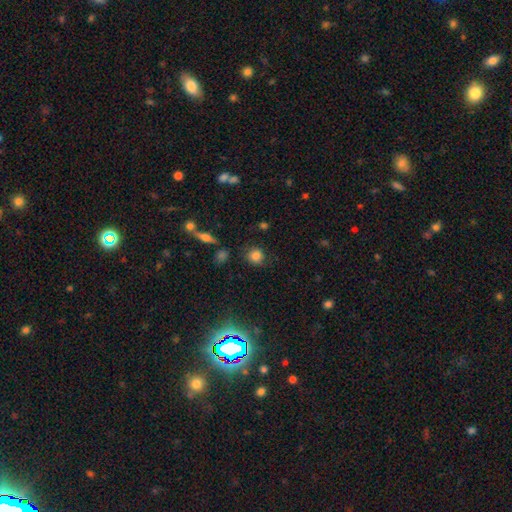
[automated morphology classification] smooth 82%, star or artifact 11%, featured or disk 7%. Down the decision tree: how rounded — round (86%); merging — none (80%).